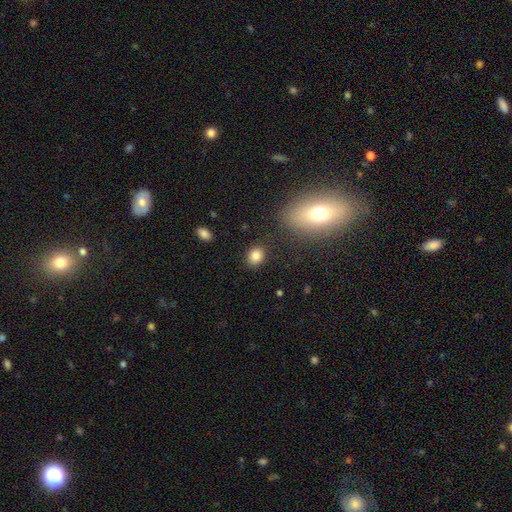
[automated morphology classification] Q: Smooth or featured?
A: smooth (84%); runner-up: star or artifact (11%)
Q: How rounded?
A: round (60%); runner-up: in between (39%)
Q: Merging?
A: none (87%); runner-up: minor disturbance (8%)